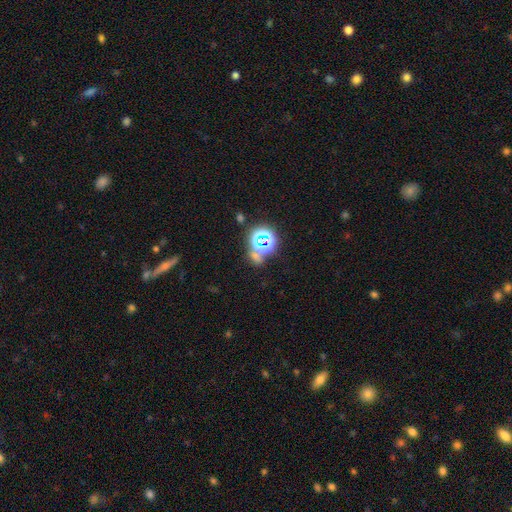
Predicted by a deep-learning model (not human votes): This appears to be a star or artifact, not a galaxy (62%).